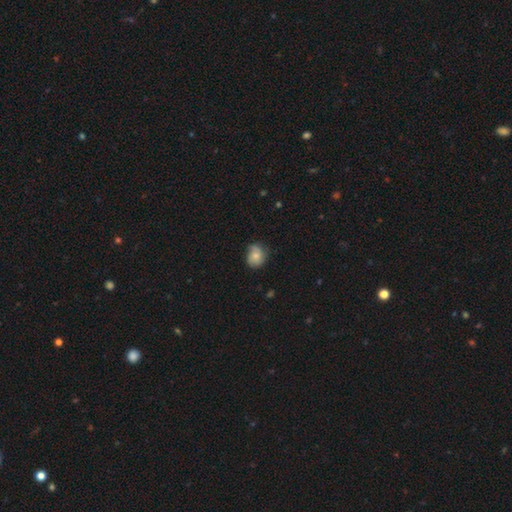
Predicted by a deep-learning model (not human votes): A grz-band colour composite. It shows a smooth galaxy with no disk features (56%) that is round (62%). Merging: none (58%).